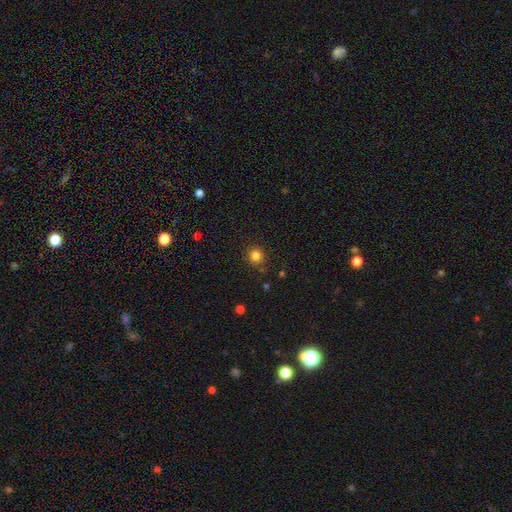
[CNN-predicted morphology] smooth 82%, star or artifact 13%, featured or disk 5%. Down the decision tree: how rounded — round (92%); merging — none (88%).